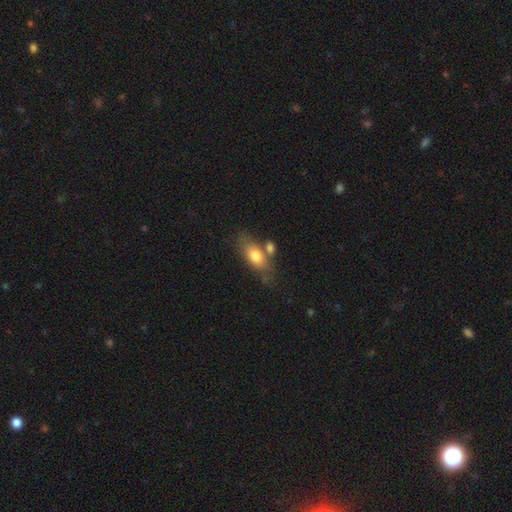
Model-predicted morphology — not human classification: Smooth or featured: smooth — 73% (featured or disk — 20%)
How rounded: in between — 81% (cigar-shaped — 12%)
Merging: none — 53% (merger — 25%)